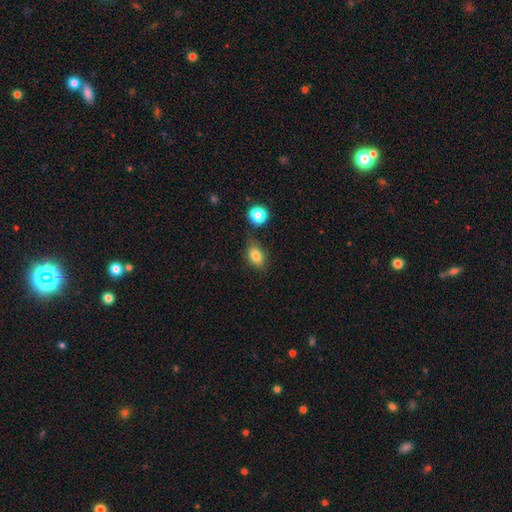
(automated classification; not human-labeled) The model was most divided on "merging": none: 72%, minor disturbance: 17%, merger: 6%, major disturbance: 4%. More confident: smooth or featured — smooth (81%); how rounded — in between (80%).